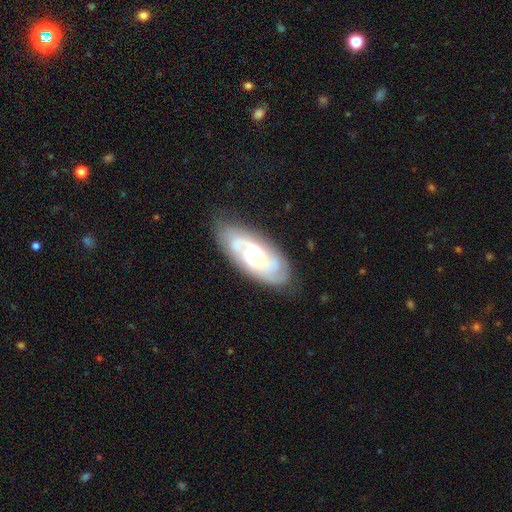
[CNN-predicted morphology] The model was most divided on "bulge size": small: 47%, moderate: 45%, large: 5%, none: 2%, dominant: 1%. Remaining: spiral arms — yes (95%); edge-on disk — no (94%); smooth or featured — featured or disk (81%); merging — none (77%); bar — no (64%); spiral winding — tight (57%); spiral arm count — 2 (36%).